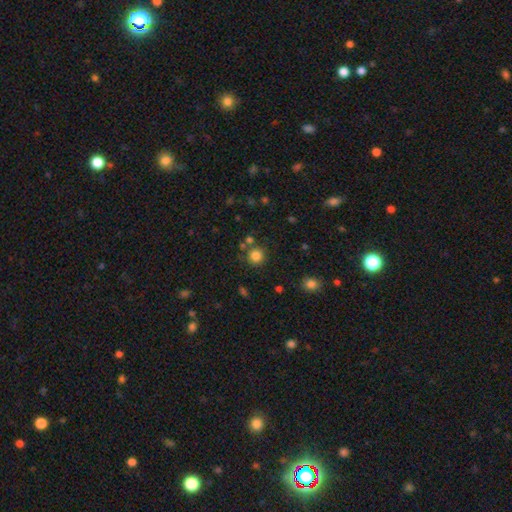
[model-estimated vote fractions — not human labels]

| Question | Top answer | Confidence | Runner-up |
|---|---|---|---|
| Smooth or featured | smooth | 82% | star or artifact (13%) |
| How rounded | round | 92% | in between (7%) |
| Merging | none | 79% | merger (9%) |